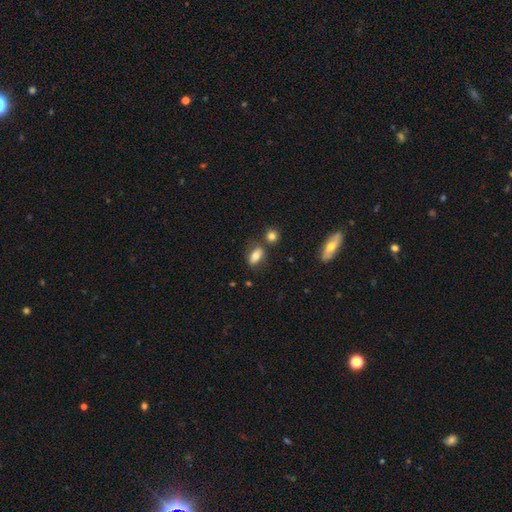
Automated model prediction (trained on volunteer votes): Overall: smooth (77%). How rounded: in between (84%). Merging: none (70%).